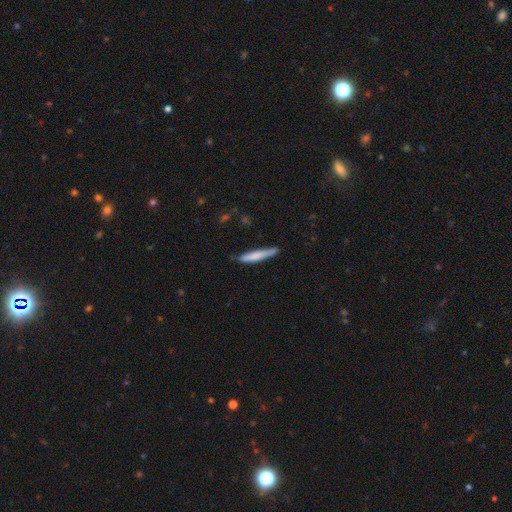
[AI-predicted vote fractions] Smooth or featured?
  - smooth: 72% *
  - featured or disk: 22%
  - star or artifact: 5%
How rounded?
  - cigar-shaped: 93% *
  - in between: 6%
  - round: 1%
Merging?
  - none: 75% *
  - minor disturbance: 20%
  - major disturbance: 3%
  - merger: 2%